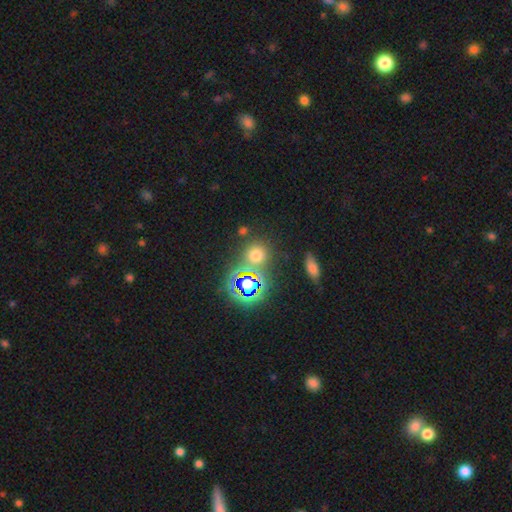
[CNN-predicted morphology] Smooth or featured? Predicted: smooth (p=0.57). How rounded? Predicted: round (p=0.85). Merging? Predicted: none (p=0.76).